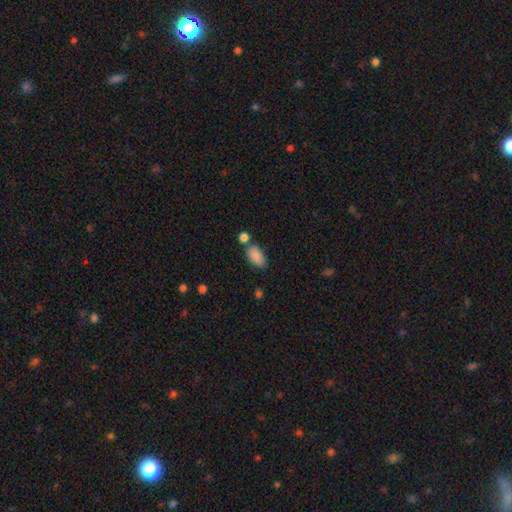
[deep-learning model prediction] Smooth or featured? smooth (88%)
How rounded? in between (93%)
Merging? none (67%)